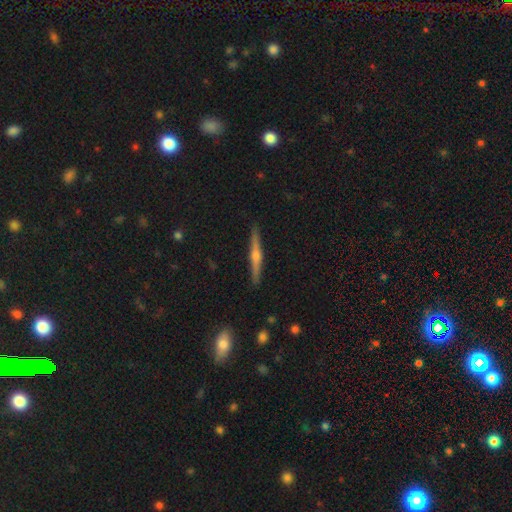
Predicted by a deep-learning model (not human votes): Smooth or featured? featured or disk (73%)
Edge-on disk? yes (98%)
Edge-on bulge? rounded (88%)
Merging? none (91%)